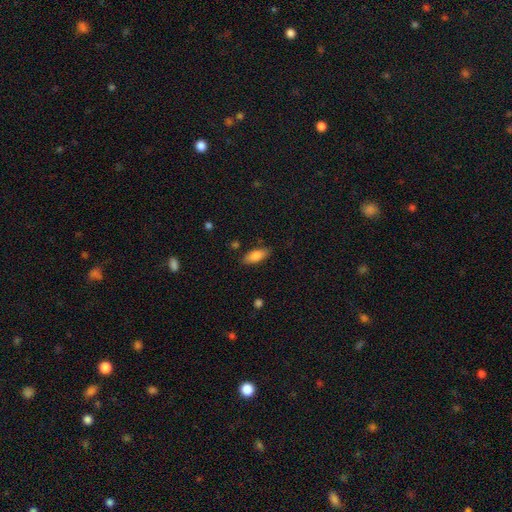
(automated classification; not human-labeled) smooth_or_featured: smooth (p=0.81) [alt: featured or disk p=0.12]
how_rounded: in between (p=0.82) [alt: cigar-shaped p=0.16]
merging: none (p=0.84) [alt: minor disturbance p=0.12]